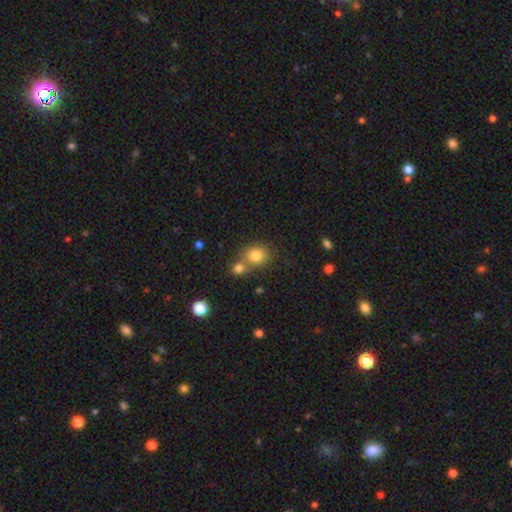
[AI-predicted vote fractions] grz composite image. It shows a smooth galaxy with no disk features (80%) that is round (74%). Merging: none (51%).